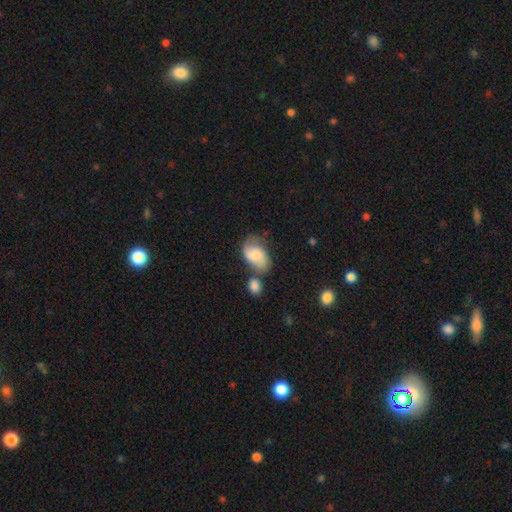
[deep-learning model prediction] The model was most divided on "merging": none: 40%, merger: 27%, minor disturbance: 23%, major disturbance: 10%. More confident: how rounded — in between (89%); smooth or featured — smooth (59%).